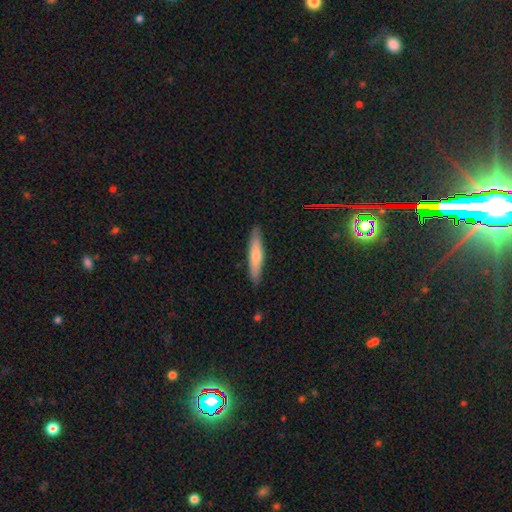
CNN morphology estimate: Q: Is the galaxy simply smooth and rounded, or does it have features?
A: smooth — 61%.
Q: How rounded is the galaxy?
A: cigar-shaped — 87%.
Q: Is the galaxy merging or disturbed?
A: none — 89%.